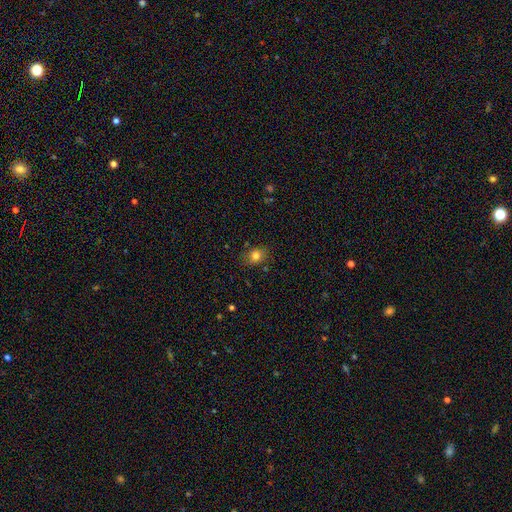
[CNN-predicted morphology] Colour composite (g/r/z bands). It shows a smooth galaxy with no disk features (78%) that is in between round and cigar-shaped (54%). Merging: none (78%).